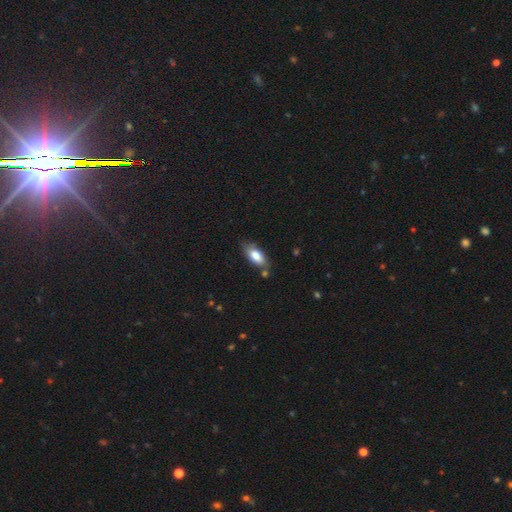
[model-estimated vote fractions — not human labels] Smooth or featured? Predicted: smooth (p=0.79). How rounded? Predicted: in between (p=0.84). Merging? Predicted: none (p=0.70).